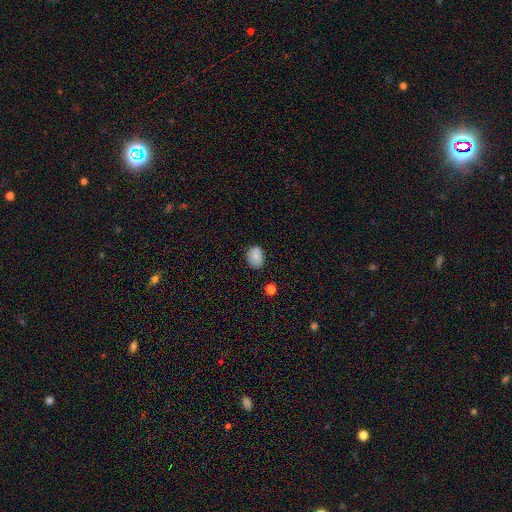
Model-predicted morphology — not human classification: The model was most divided on "how rounded": in between: 58%, round: 41%, cigar-shaped: 1%. More confident: smooth or featured — smooth (83%); merging — none (71%).